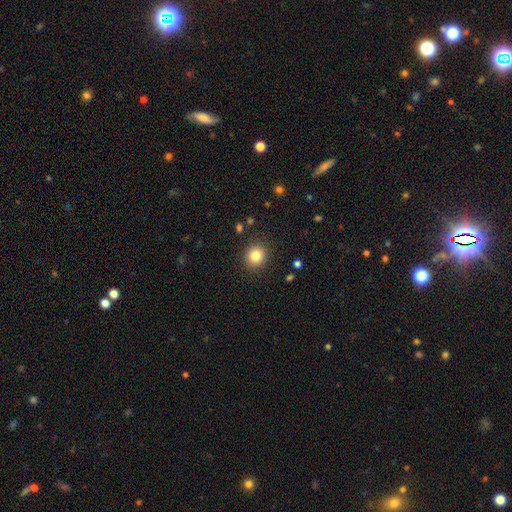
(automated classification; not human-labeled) A smooth galaxy with no disk features (82%) that is round (88%). Merging: none (90%).